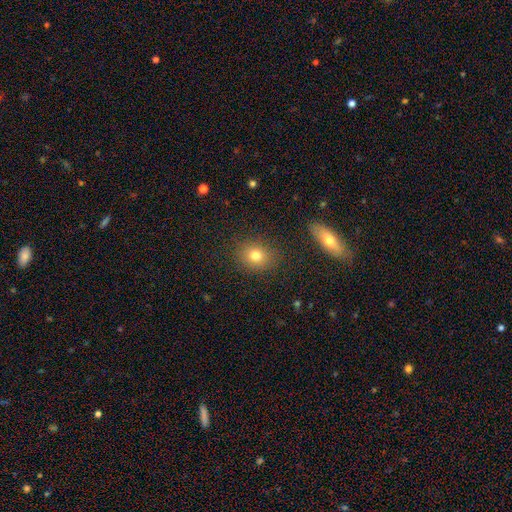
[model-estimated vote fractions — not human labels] Q: Smooth or featured?
A: smooth (76%); runner-up: star or artifact (14%)
Q: How rounded?
A: round (63%); runner-up: in between (36%)
Q: Merging?
A: none (85%); runner-up: minor disturbance (9%)